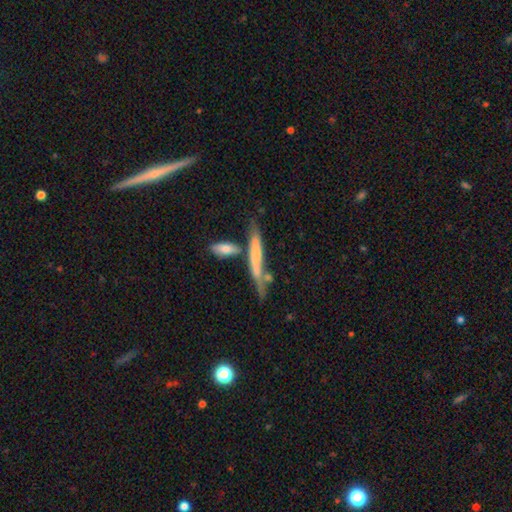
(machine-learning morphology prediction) Overall: smooth (51%; featured or disk 41%). How rounded: cigar-shaped (89%). Merging: none (52%; merger 22%).